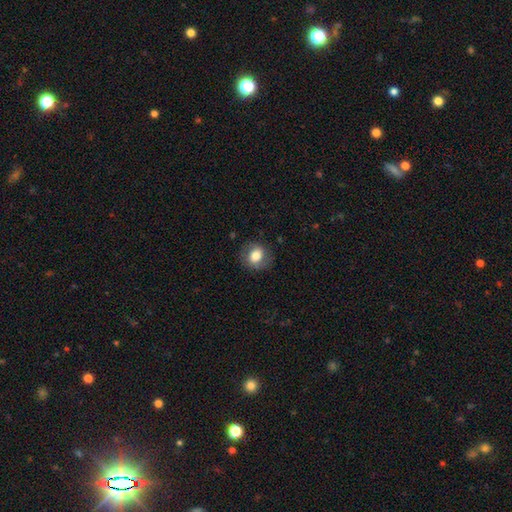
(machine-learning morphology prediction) A smooth galaxy with no disk features (70%) that is round (65%).

Vote fractions:
- Smooth or featured? smooth: 70% / featured or disk: 22% / star or artifact: 8%
- How rounded? round: 65% / in between: 34% / cigar-shaped: 1%
- Merging? none: 79% / minor disturbance: 14% / major disturbance: 6% / merger: 1%